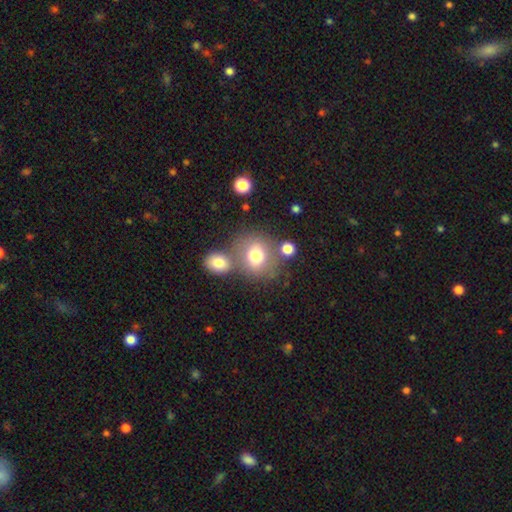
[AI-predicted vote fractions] The model was most divided on "merging": none: 57%, merger: 26%, minor disturbance: 12%, major disturbance: 5%. More confident: how rounded — round (73%); smooth or featured — smooth (72%).